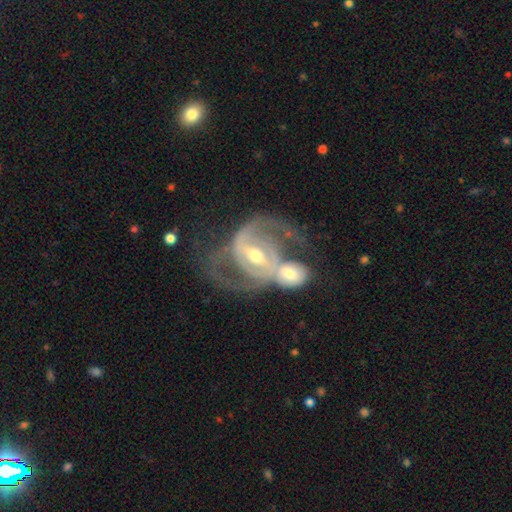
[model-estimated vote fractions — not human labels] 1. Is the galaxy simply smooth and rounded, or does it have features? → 89% featured or disk, 6% smooth, 5% star or artifact.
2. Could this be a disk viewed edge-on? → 97% no, 3% yes.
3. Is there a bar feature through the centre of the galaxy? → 45% strong, 38% weak, 18% no.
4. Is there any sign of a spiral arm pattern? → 94% yes, 6% no.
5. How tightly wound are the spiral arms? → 52% medium, 26% tight, 22% loose.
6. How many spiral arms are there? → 81% 2, 8% can't tell, 4% 1, 4% 3, 1% 4, 1% more than 4.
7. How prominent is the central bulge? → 55% moderate, 40% small, 3% large, 1% none, 1% dominant.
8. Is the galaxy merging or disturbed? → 54% merger, 24% none, 13% major disturbance, 10% minor disturbance.